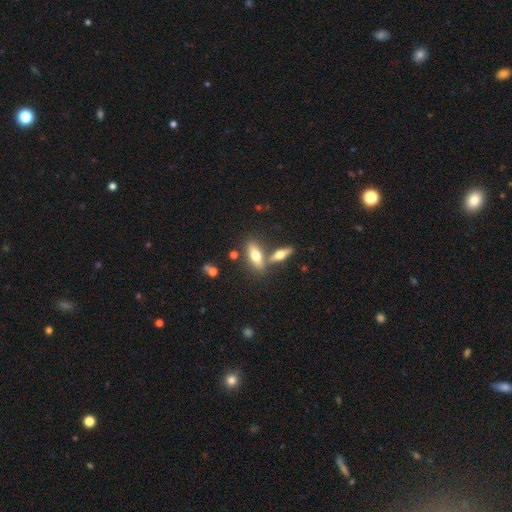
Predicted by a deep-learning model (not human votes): smooth-or-featured: smooth: 60% | featured or disk: 33% | star or artifact: 7%
  how-rounded: in between: 64% | cigar-shaped: 32% | round: 4%
  merging: none: 58% | merger: 29% | minor disturbance: 9% | major disturbance: 3%